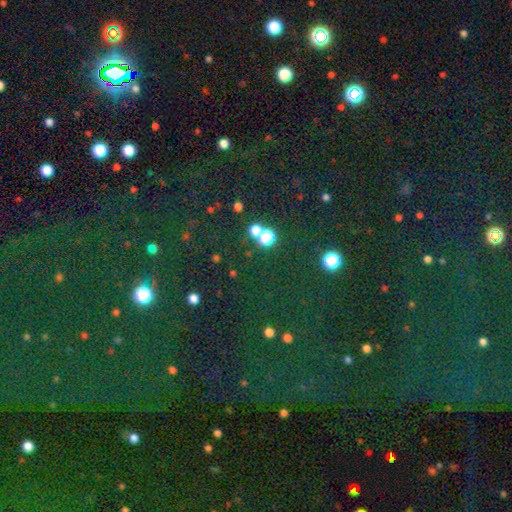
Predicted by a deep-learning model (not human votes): This is clearly a star or artifact rather than a galaxy (80%).